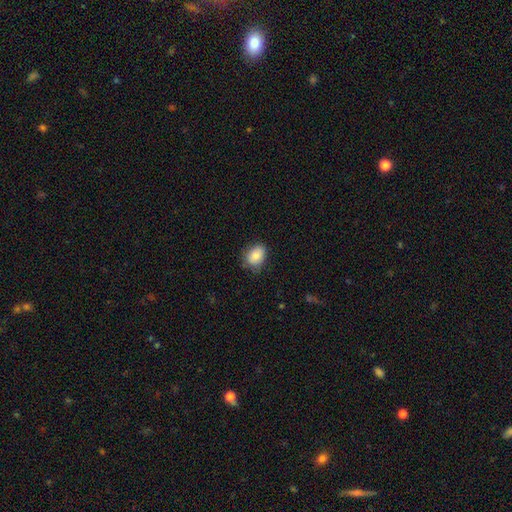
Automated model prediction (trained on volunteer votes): smooth 84%, featured or disk 8%, star or artifact 8%. Down the decision tree: how rounded — in between (70%); merging — none (73%).